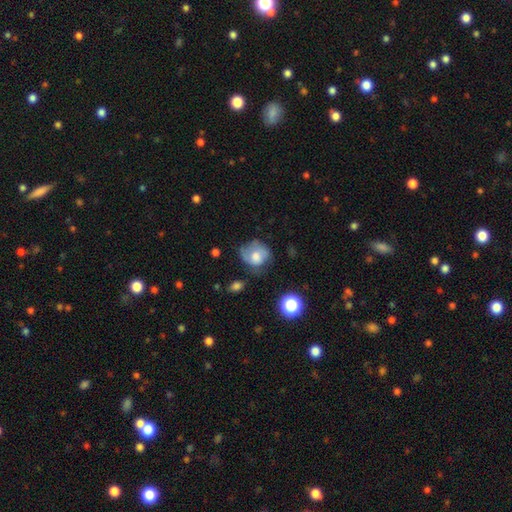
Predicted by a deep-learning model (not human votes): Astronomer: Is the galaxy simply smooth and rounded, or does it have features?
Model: smooth — 57% (runner-up: featured or disk, 35%).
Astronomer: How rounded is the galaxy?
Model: round — 66%.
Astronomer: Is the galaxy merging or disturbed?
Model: none — 43% (runner-up: minor disturbance, 34%).